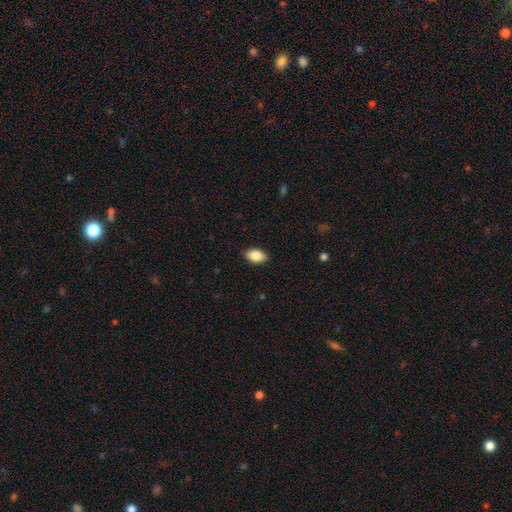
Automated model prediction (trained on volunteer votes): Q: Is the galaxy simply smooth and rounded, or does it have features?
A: smooth — 86%.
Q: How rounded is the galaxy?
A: in between — 93%.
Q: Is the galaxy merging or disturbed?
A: none — 88%.